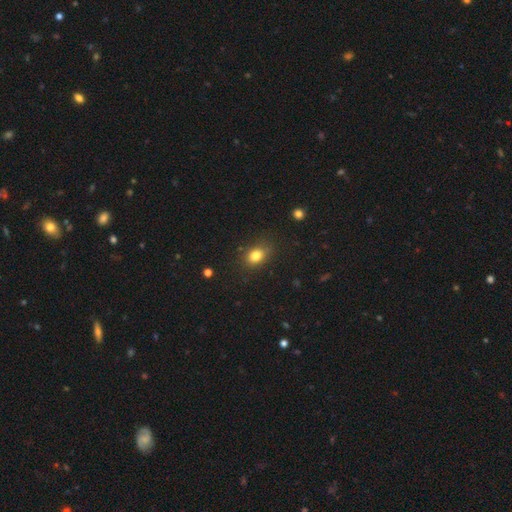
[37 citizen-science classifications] Q: Smooth or featured?
A: smooth (84%); runner-up: featured or disk (11%)
Q: How rounded?
A: in between (55%); runner-up: round (45%)
Q: Merging?
A: none (77%); runner-up: minor disturbance (17%)